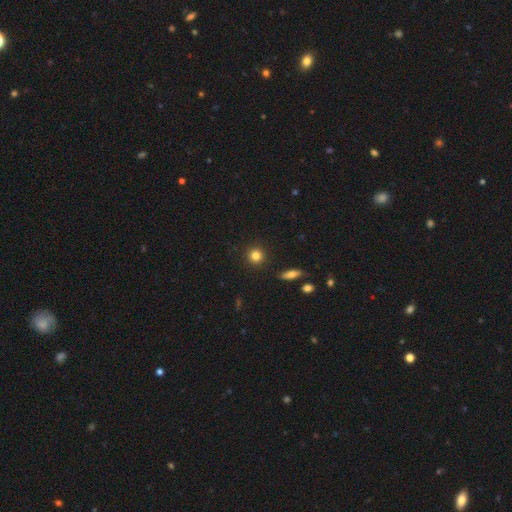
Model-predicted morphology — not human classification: smooth-or-featured: smooth: 83% | star or artifact: 11% | featured or disk: 6%
  how-rounded: round: 92% | in between: 7% | cigar-shaped: 1%
  merging: none: 91% | minor disturbance: 5% | major disturbance: 2% | merger: 2%